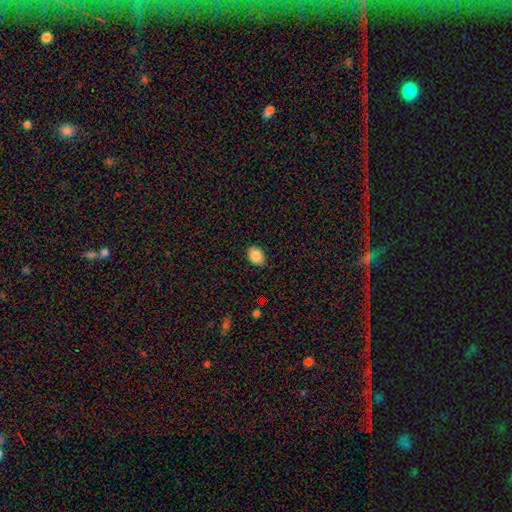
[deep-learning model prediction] Smooth or featured? Predicted: smooth (p=0.86). How rounded? Predicted: in between (p=0.71). Merging? Predicted: none (p=0.88).